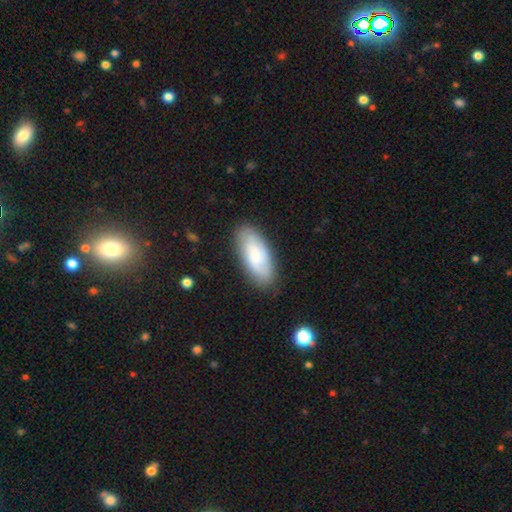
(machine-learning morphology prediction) type=smooth (63%); roundness=in between (85%); merging=none (83%).